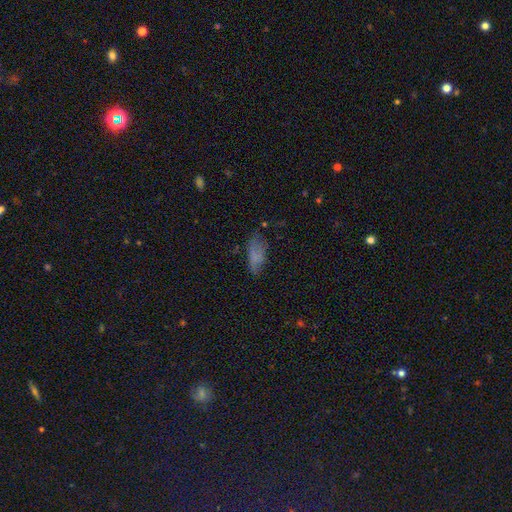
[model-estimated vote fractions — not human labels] smooth_or_featured: smooth (p=0.72) [alt: featured or disk p=0.16]
how_rounded: in between (p=0.80) [alt: cigar-shaped p=0.17]
merging: none (p=0.57) [alt: minor disturbance p=0.27]